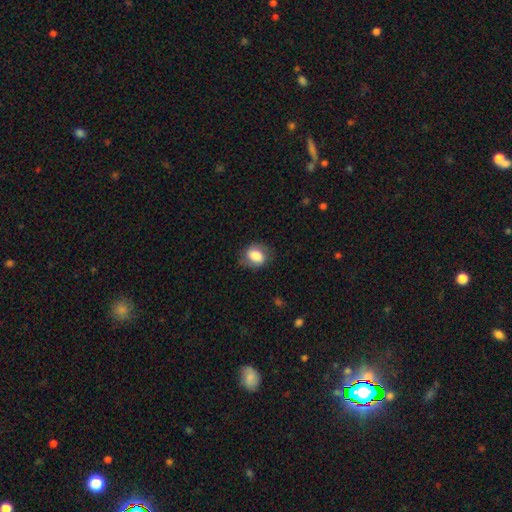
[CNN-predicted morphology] Smooth or featured?
  - smooth: 75% *
  - featured or disk: 17%
  - star or artifact: 8%
How rounded?
  - in between: 58% *
  - round: 41%
  - cigar-shaped: 1%
Merging?
  - none: 74% *
  - minor disturbance: 19%
  - major disturbance: 6%
  - merger: 1%